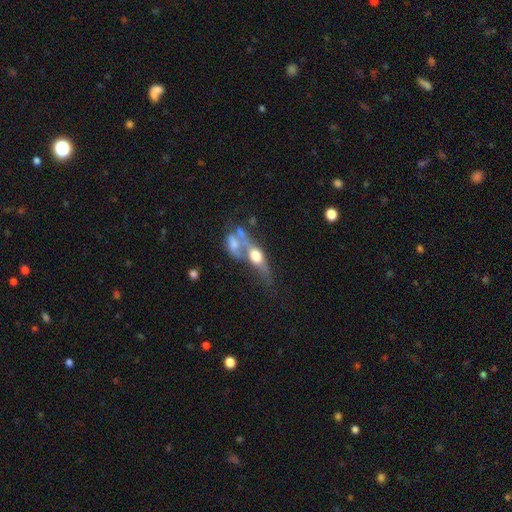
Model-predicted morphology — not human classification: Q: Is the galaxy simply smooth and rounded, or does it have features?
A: featured or disk — 50%.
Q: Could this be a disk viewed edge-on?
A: yes — 50%, tied with no.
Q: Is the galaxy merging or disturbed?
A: merger — 57%.